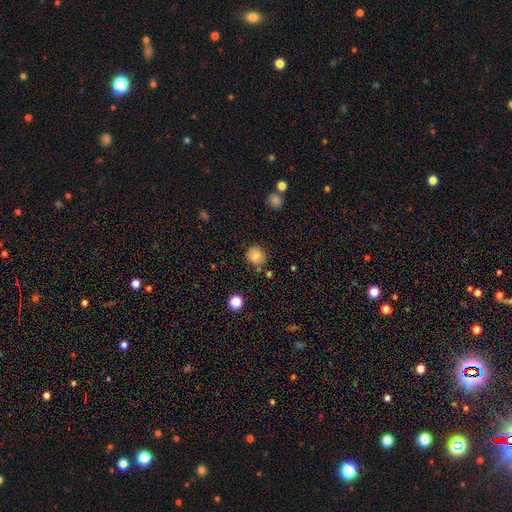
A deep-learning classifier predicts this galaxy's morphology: smooth-or-featured: smooth: 78% | star or artifact: 11% | featured or disk: 11%
  how-rounded: round: 81% | in between: 18% | cigar-shaped: 1%
  merging: none: 75% | minor disturbance: 16% | merger: 6% | major disturbance: 3%